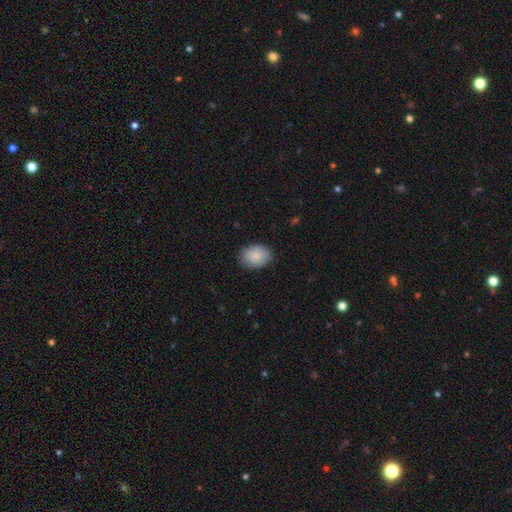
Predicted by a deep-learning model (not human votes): Smooth or featured: smooth — 86% (featured or disk — 8%)
How rounded: in between — 71% (round — 28%)
Merging: none — 84% (minor disturbance — 12%)